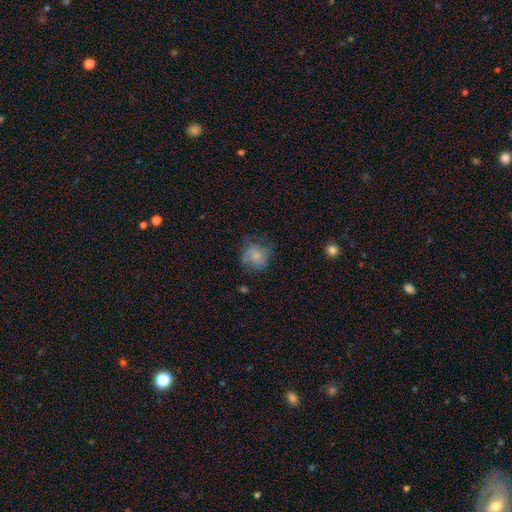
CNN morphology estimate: Smooth or featured: smooth — 65% (featured or disk — 26%)
How rounded: round — 77% (in between — 23%)
Merging: none — 52% (minor disturbance — 28%)